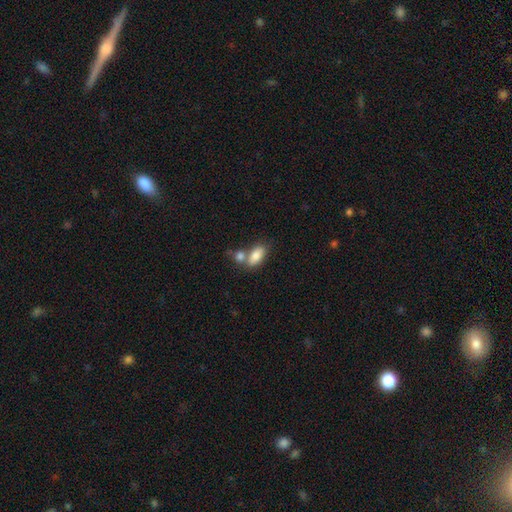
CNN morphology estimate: A smooth galaxy with no disk features (82%) that is in between round and cigar-shaped (89%). Merging: merger (44%).